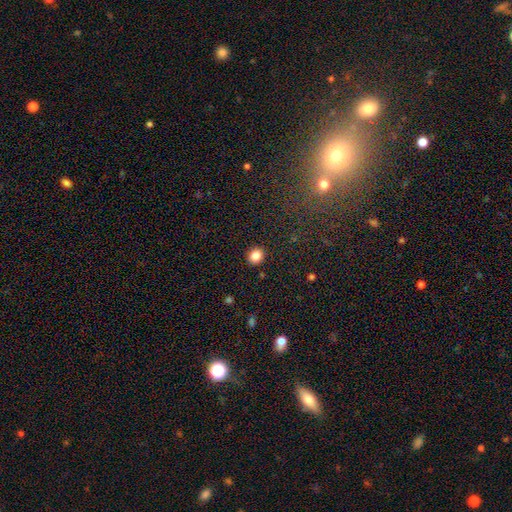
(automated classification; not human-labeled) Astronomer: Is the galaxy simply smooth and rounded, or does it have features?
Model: smooth — 86%.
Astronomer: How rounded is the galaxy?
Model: round — 74%.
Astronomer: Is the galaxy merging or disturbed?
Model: none — 91%.